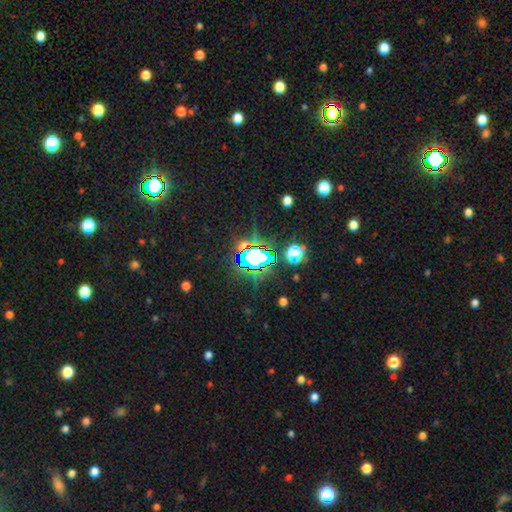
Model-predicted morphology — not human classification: Smooth or featured? star or artifact (69%)